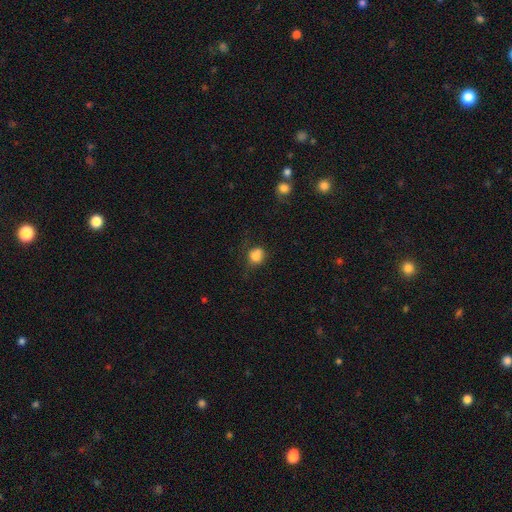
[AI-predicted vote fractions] smooth-or-featured: smooth: 81% | star or artifact: 11% | featured or disk: 8%
  how-rounded: round: 71% | in between: 28% | cigar-shaped: 1%
  merging: none: 52% | minor disturbance: 28% | major disturbance: 13% | merger: 7%